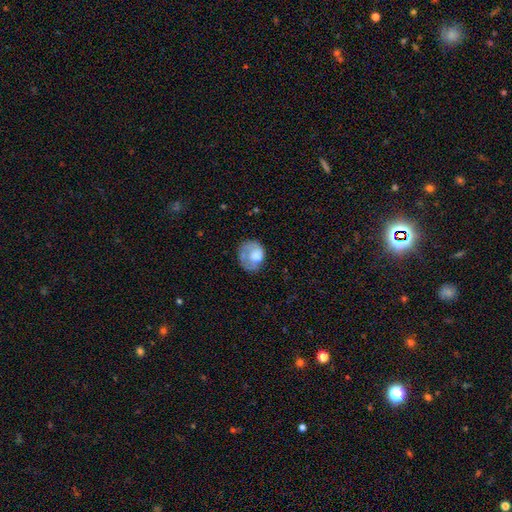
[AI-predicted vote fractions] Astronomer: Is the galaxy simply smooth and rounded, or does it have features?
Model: smooth — 61%.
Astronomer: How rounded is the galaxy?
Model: round — 60% (runner-up: in between, 39%).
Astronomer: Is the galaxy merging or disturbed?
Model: none — 40% (runner-up: major disturbance, 29%).